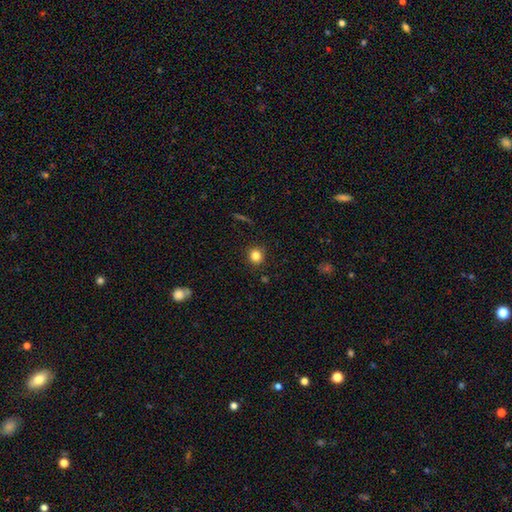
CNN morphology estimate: Smooth or featured?
  - smooth: 83% *
  - star or artifact: 12%
  - featured or disk: 5%
How rounded?
  - round: 90% *
  - in between: 9%
  - cigar-shaped: 1%
Merging?
  - none: 90% *
  - minor disturbance: 7%
  - major disturbance: 2%
  - merger: 1%